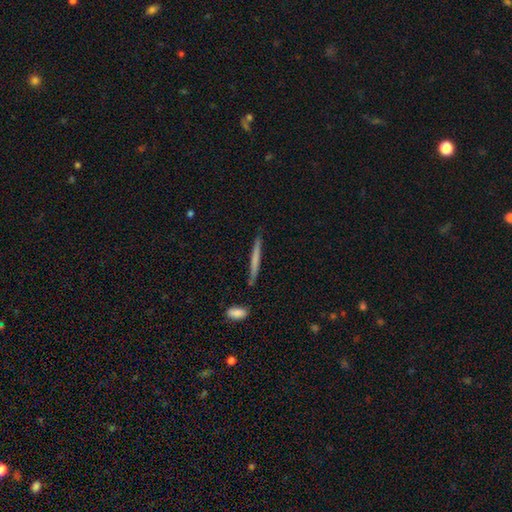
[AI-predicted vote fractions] Overall: featured or disk (46%; smooth 42%). Merging: none (87%).